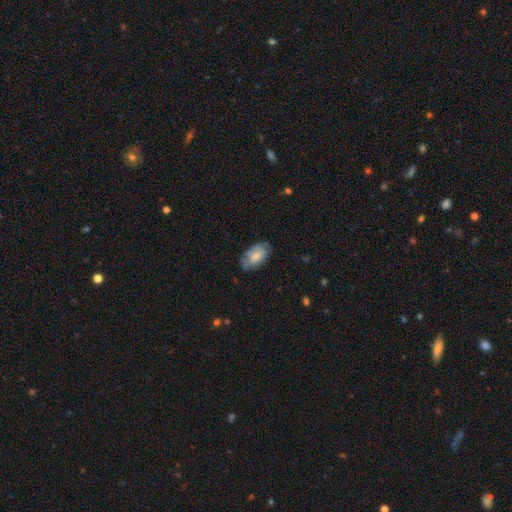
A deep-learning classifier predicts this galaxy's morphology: Smooth or featured: smooth — 69% (featured or disk — 25%)
How rounded: in between — 94% (round — 5%)
Merging: none — 66% (minor disturbance — 27%)